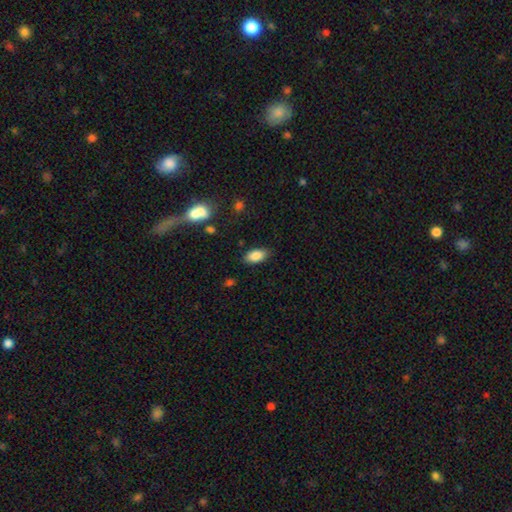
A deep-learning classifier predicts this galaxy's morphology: Overall: smooth (87%). How rounded: in between (92%). Merging: none (85%).